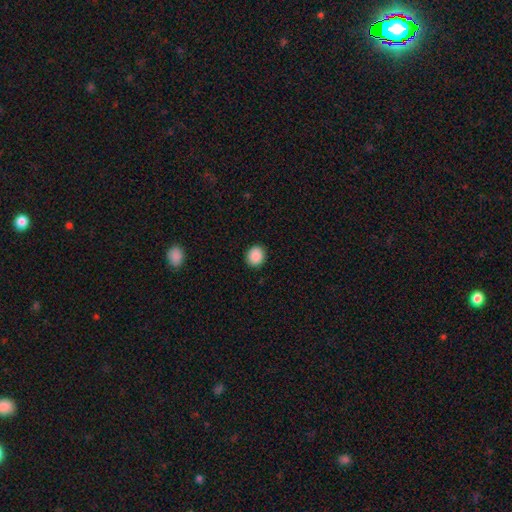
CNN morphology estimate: Smooth or featured?
  - smooth: 89% *
  - star or artifact: 8%
  - featured or disk: 3%
How rounded?
  - round: 81% *
  - in between: 18%
  - cigar-shaped: 1%
Merging?
  - none: 90% *
  - minor disturbance: 7%
  - major disturbance: 2%
  - merger: 1%